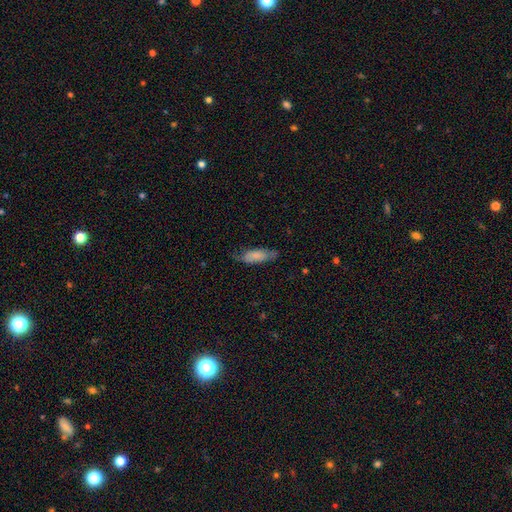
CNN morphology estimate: Smooth or featured? smooth (72%)
How rounded? in between (65%)
Merging? none (64%)